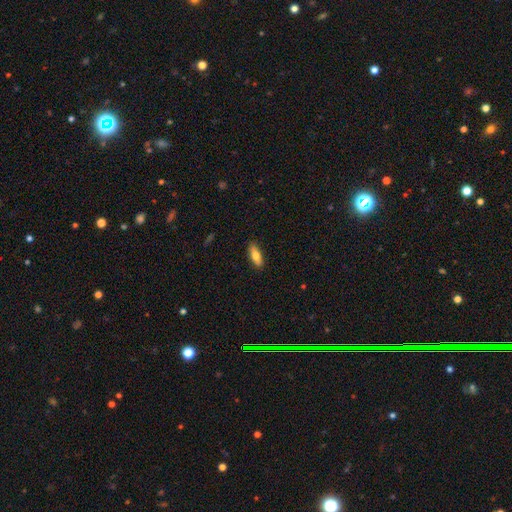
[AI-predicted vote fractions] smooth-or-featured: smooth: 72% | featured or disk: 22% | star or artifact: 6%
  how-rounded: in between: 65% | cigar-shaped: 32% | round: 3%
  merging: none: 86% | minor disturbance: 11% | major disturbance: 2% | merger: 1%